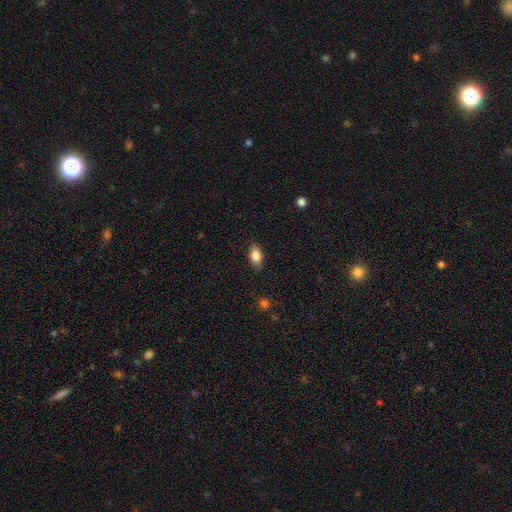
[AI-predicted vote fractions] This appears to be a smooth galaxy with no disk features (79%) that is in between round and cigar-shaped (85%). Merging: none (84%).